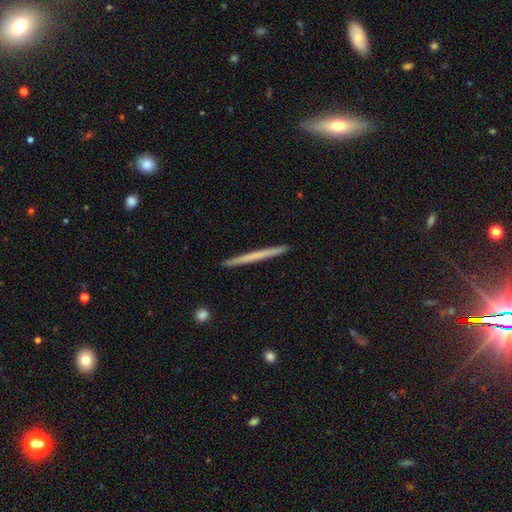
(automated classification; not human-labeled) Smooth or featured? Predicted: smooth (p=0.52). How rounded? Predicted: cigar-shaped (p=0.97). Merging? Predicted: none (p=0.93).